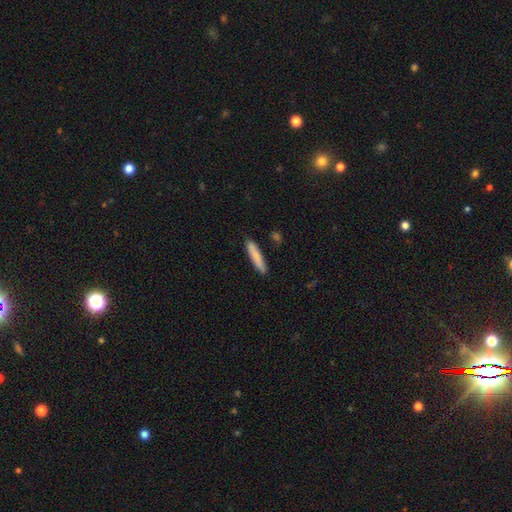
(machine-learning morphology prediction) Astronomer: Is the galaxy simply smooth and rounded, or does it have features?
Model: smooth — 81%.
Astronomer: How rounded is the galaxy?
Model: cigar-shaped — 90%.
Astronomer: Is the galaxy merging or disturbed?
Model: none — 87%.